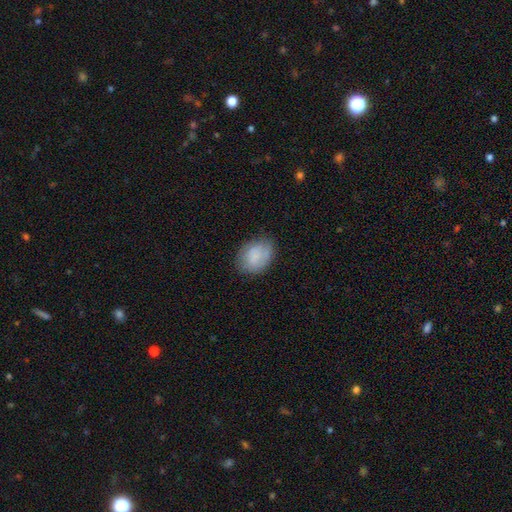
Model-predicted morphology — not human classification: Smooth or featured?
  - smooth: 72% *
  - featured or disk: 20%
  - star or artifact: 8%
How rounded?
  - in between: 68% *
  - round: 30%
  - cigar-shaped: 1%
Merging?
  - none: 70% *
  - minor disturbance: 22%
  - major disturbance: 6%
  - merger: 1%